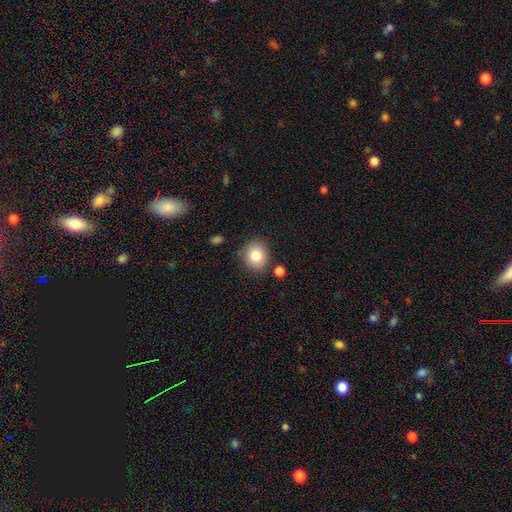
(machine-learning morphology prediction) A smooth galaxy with no disk features (83%) that is round (74%).

Vote fractions:
- Smooth or featured? smooth: 83% / star or artifact: 9% / featured or disk: 8%
- How rounded? round: 74% / in between: 25% / cigar-shaped: 1%
- Merging? none: 81% / minor disturbance: 11% / merger: 5% / major disturbance: 3%